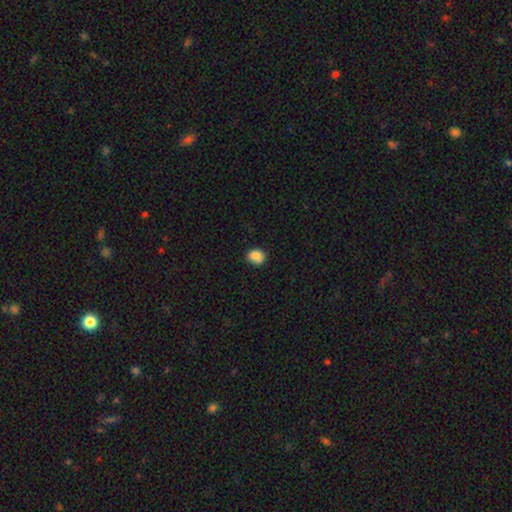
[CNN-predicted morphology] This appears to be a smooth galaxy with no disk features (82%) that is round (61%). Merging: none (61%).